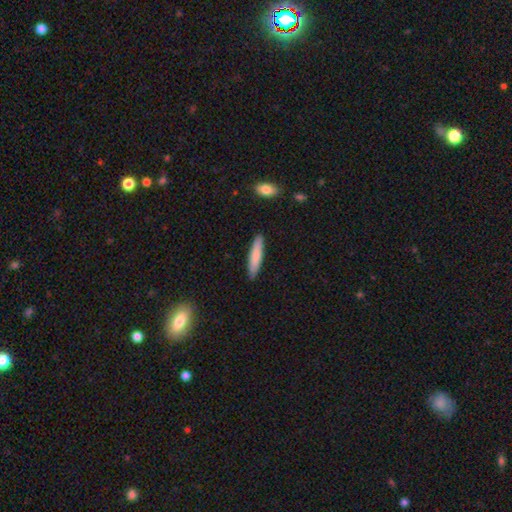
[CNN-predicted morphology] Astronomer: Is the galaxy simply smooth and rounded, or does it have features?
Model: smooth — 81%.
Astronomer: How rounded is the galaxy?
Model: cigar-shaped — 84%.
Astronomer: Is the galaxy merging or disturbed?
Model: none — 89%.